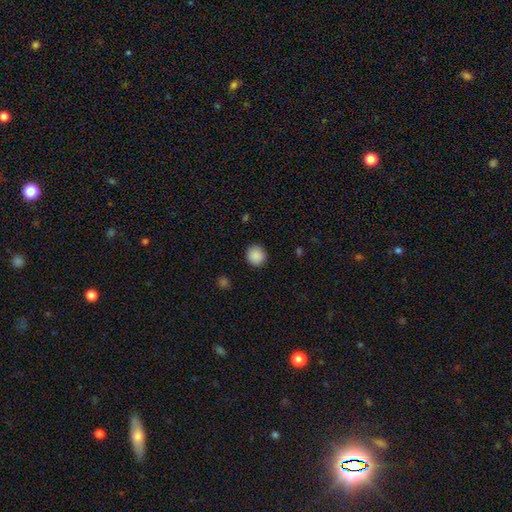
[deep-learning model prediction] Morphology: type=smooth (89%); roundness=round (90%); merging=none (91%).